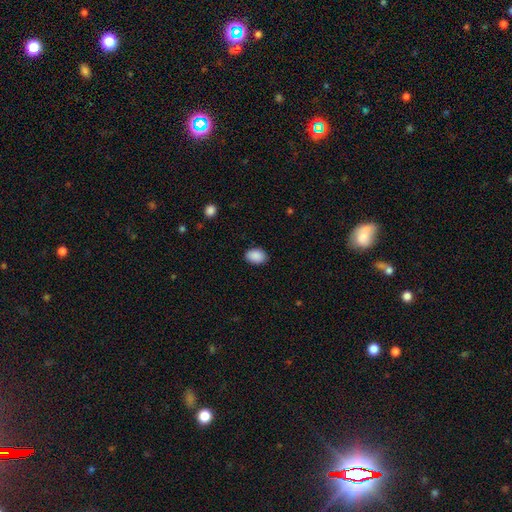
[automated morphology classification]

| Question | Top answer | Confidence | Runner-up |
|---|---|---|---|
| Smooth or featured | smooth | 90% | star or artifact (7%) |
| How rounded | in between | 81% | round (18%) |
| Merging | none | 87% | minor disturbance (9%) |